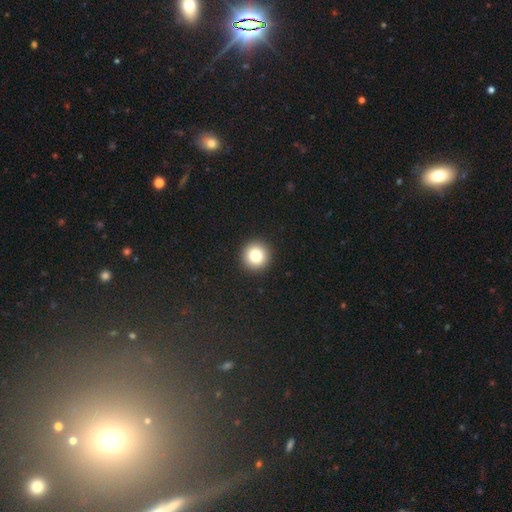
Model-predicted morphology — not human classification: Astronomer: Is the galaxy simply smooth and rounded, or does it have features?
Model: smooth — 81%.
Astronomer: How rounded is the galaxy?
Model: round — 96%.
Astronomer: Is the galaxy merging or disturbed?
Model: none — 93%.